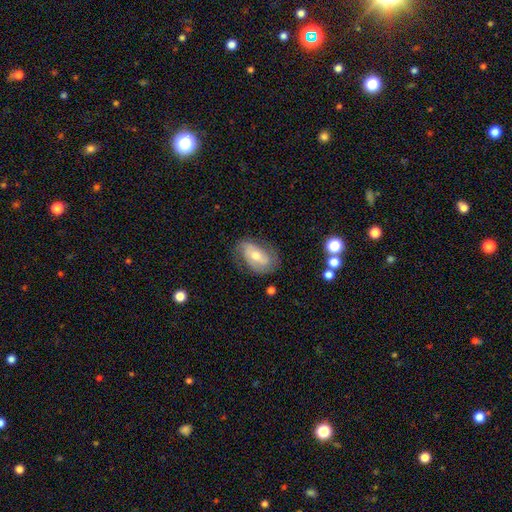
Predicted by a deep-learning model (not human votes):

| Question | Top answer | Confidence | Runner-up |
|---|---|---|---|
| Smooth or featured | featured or disk | 55% | smooth (37%) |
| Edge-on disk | no | 92% | yes (8%) |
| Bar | no | 49% | weak (32%) |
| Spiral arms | yes | 72% | no (28%) |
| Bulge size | moderate | 59% | small (35%) |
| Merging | none | 67% | minor disturbance (22%) |